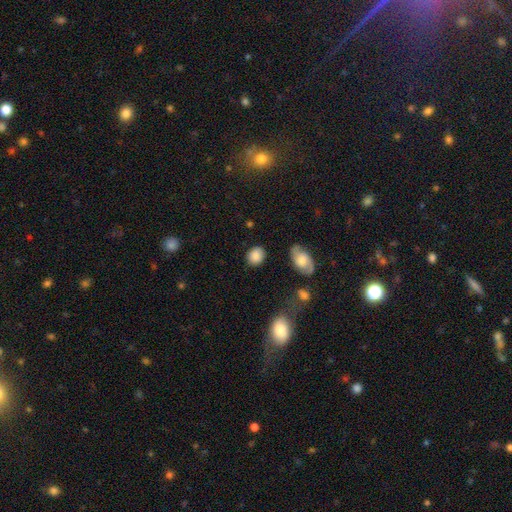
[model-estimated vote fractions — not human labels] smooth-or-featured: smooth: 83% | featured or disk: 9% | star or artifact: 8%
  how-rounded: round: 57% | in between: 42% | cigar-shaped: 1%
  merging: none: 80% | minor disturbance: 13% | major disturbance: 4% | merger: 3%